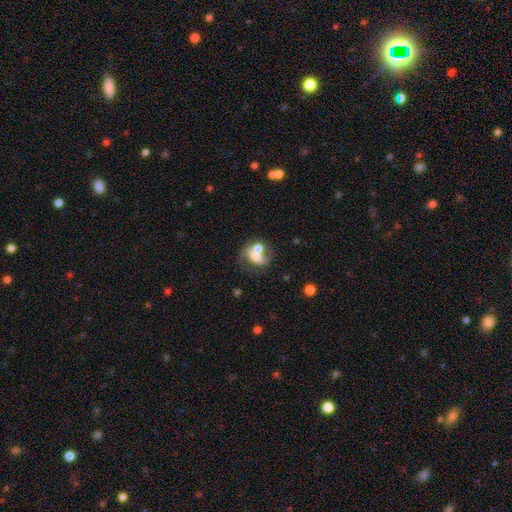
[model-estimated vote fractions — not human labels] Morphology: type=smooth (52%); roundness=in between (53%); merging=merger (54%).